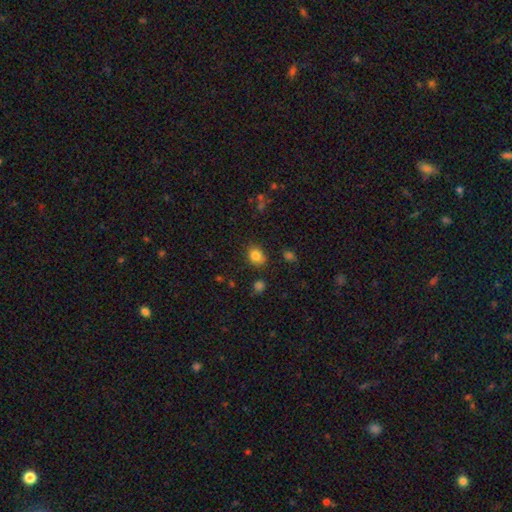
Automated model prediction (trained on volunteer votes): Smooth or featured?
  - smooth: 83% *
  - star or artifact: 11%
  - featured or disk: 6%
How rounded?
  - in between: 51% *
  - round: 48%
  - cigar-shaped: 1%
Merging?
  - none: 79% *
  - minor disturbance: 14%
  - major disturbance: 3%
  - merger: 3%